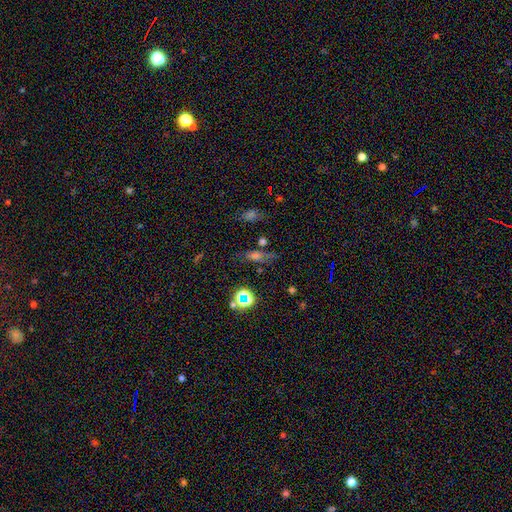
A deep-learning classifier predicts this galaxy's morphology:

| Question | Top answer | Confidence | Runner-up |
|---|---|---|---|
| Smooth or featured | smooth | 41% | star or artifact (33%) |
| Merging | none | 73% | minor disturbance (14%) |